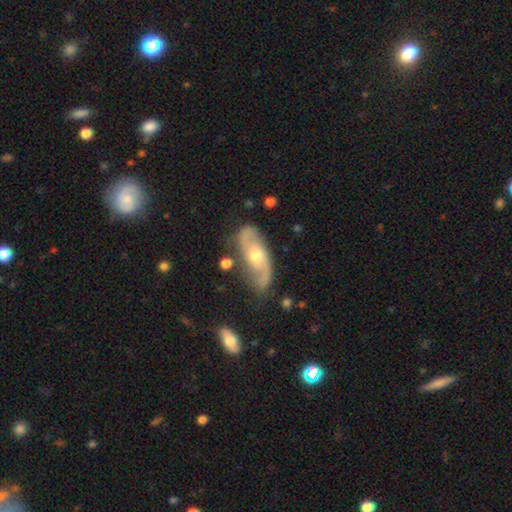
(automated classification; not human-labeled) Morphology: type=featured or disk (79%); edge-on=no (91%); bar=no (65%); spiral arms=yes (92%); winding=medium (45%); arm count=2 (87%); bulge=moderate (60%); merging=none (77%).